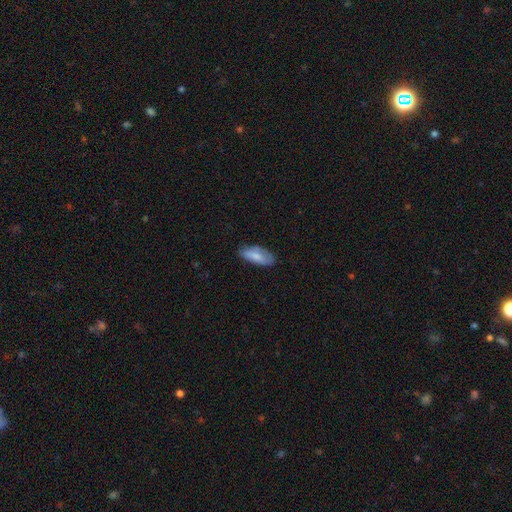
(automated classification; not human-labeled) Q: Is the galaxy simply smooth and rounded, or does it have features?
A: smooth — 73%.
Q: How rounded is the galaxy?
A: in between — 78%.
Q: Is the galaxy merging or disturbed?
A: none — 67%.